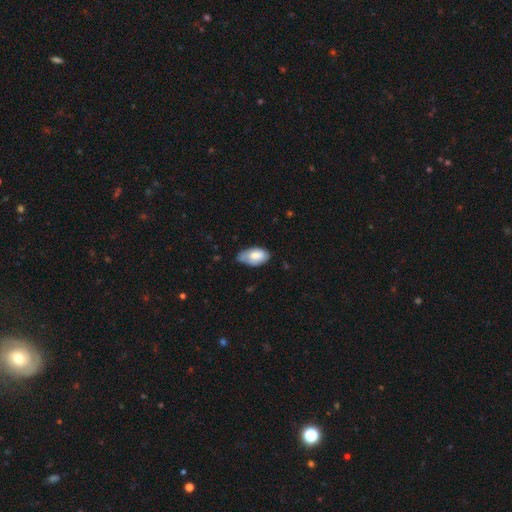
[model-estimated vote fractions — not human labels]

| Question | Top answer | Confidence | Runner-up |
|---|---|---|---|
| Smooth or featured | smooth | 77% | featured or disk (17%) |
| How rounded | in between | 94% | round (4%) |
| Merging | minor disturbance | 44% | tied: none (44%) |